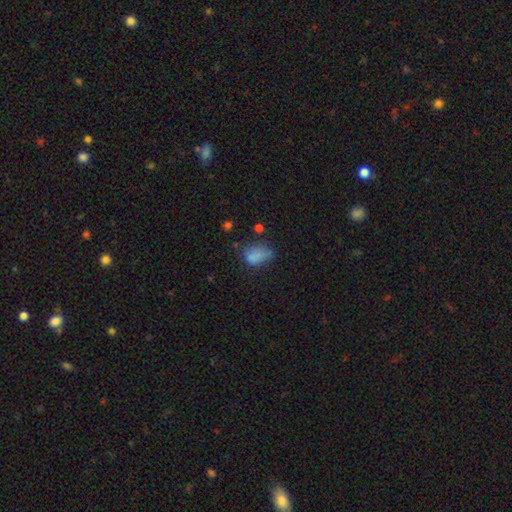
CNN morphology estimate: This is likely a smooth galaxy (74%). How rounded: clearly in between (82%). Merging: marginally minor disturbance (35%).